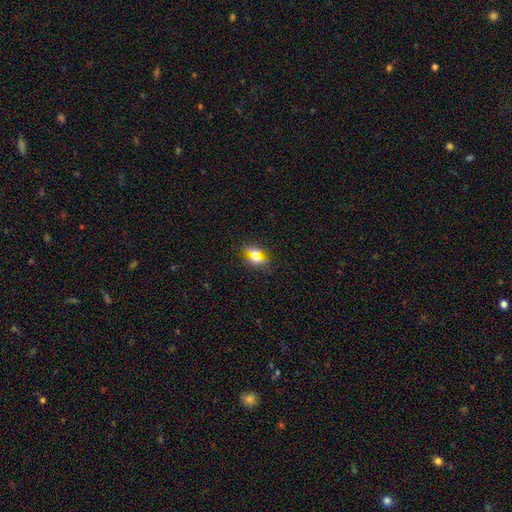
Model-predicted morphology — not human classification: A smooth galaxy with no disk features (54%) that is in between round and cigar-shaped (49%).

Vote fractions:
- Smooth or featured? smooth: 54% / star or artifact: 24% / featured or disk: 22%
- How rounded? in between: 49% / round: 40% / cigar-shaped: 11%
- Merging? none: 77% / minor disturbance: 13% / major disturbance: 6% / merger: 5%